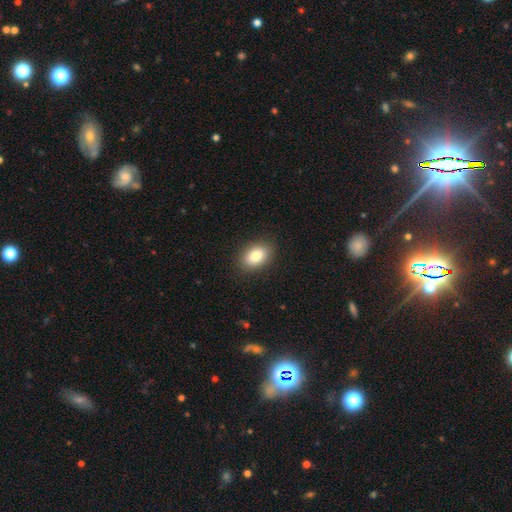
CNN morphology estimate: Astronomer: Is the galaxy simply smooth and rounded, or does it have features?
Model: smooth — 83%.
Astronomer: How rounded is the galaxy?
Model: in between — 84%.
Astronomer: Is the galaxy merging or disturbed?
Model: none — 88%.